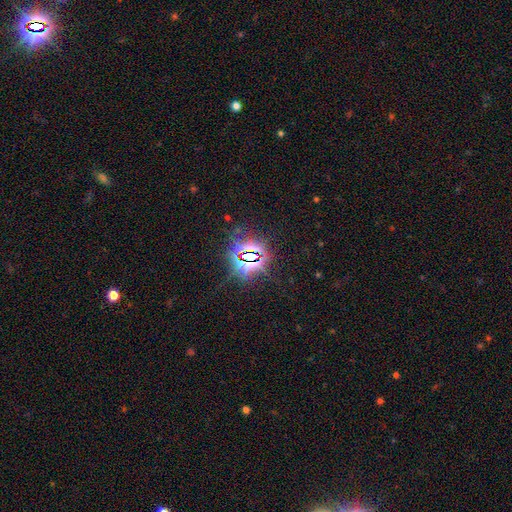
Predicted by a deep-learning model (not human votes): Morphology: type=star or artifact (83%).